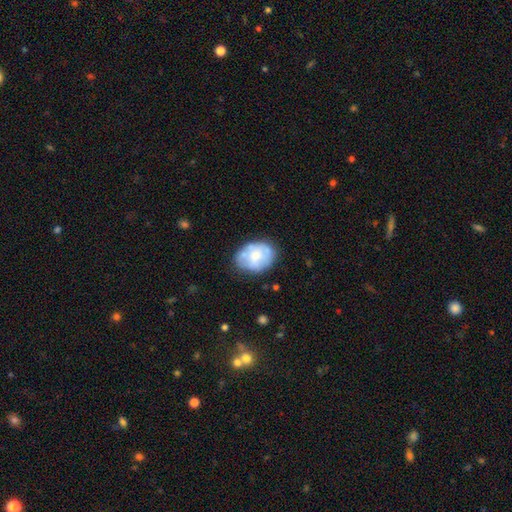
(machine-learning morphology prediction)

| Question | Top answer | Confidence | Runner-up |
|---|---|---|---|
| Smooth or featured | smooth | 55% | featured or disk (39%) |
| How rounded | in between | 67% | round (32%) |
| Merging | none | 65% | minor disturbance (24%) |